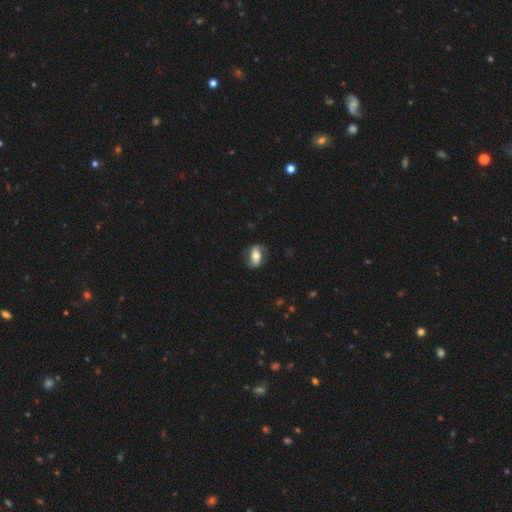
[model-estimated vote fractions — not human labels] Overall: featured or disk (61%; smooth 32%). Edge-on disk: no (92%). Bar: strong (38%; no 35%). Spiral arms: yes (81%). Bulge size: moderate (66%). Merging: none (77%).